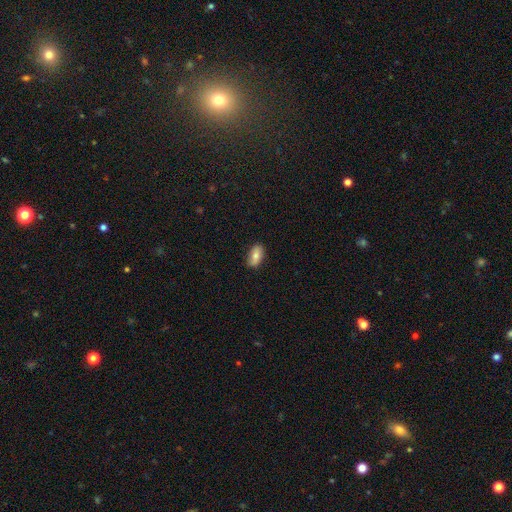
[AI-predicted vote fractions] A smooth galaxy with no disk features (75%) that is in between round and cigar-shaped (92%).

Vote fractions:
- Smooth or featured? smooth: 75% / featured or disk: 17% / star or artifact: 7%
- How rounded? in between: 92% / round: 4% / cigar-shaped: 4%
- Merging? none: 83% / minor disturbance: 14% / major disturbance: 2% / merger: 1%